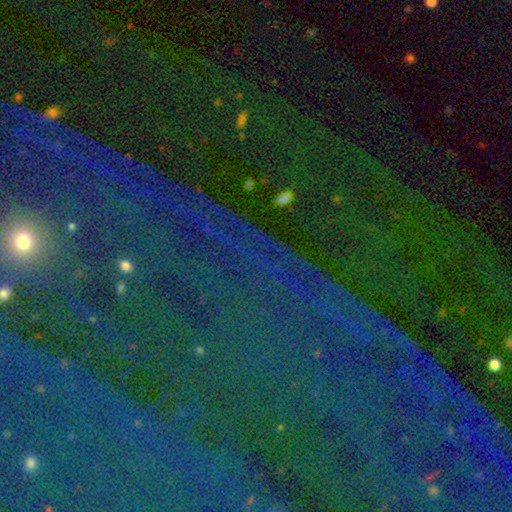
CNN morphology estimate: This is clearly a star or artifact rather than a galaxy (85%).